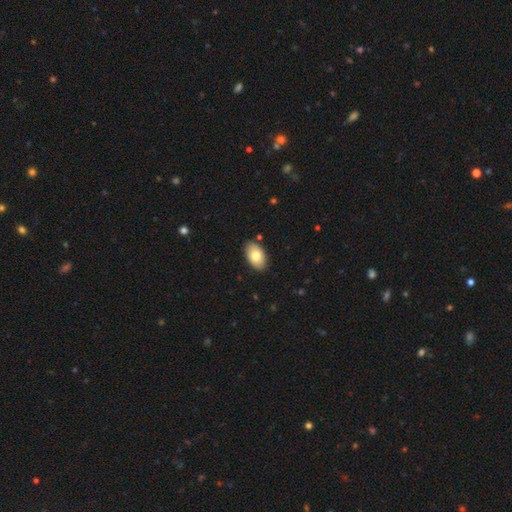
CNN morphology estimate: A smooth galaxy with no disk features (78%) that is in between round and cigar-shaped (93%).

Vote fractions:
- Smooth or featured? smooth: 78% / featured or disk: 15% / star or artifact: 6%
- How rounded? in between: 93% / round: 5% / cigar-shaped: 1%
- Merging? none: 87% / minor disturbance: 10% / major disturbance: 2% / merger: 1%